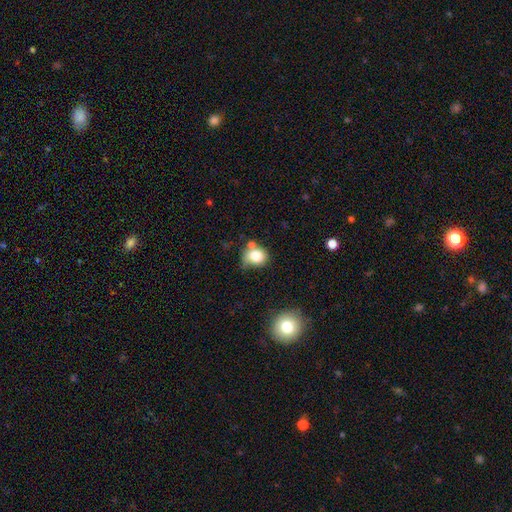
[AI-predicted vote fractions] Overall: smooth (79%). How rounded: round (70%). Merging: none (45%; minor disturbance 28%).